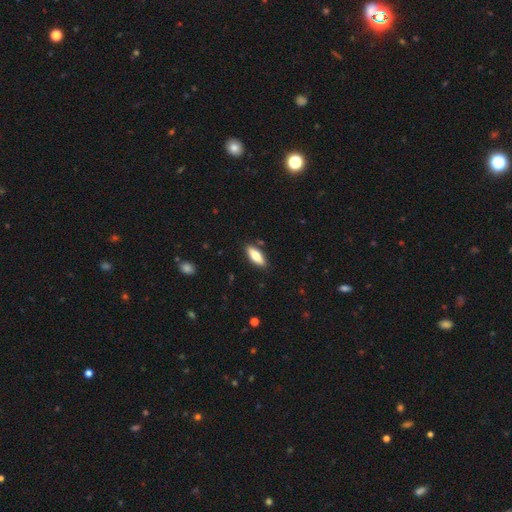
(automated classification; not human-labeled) The model was most divided on "how rounded": in between: 70%, cigar-shaped: 28%, round: 2%. More confident: merging — none (87%); smooth or featured — smooth (72%).